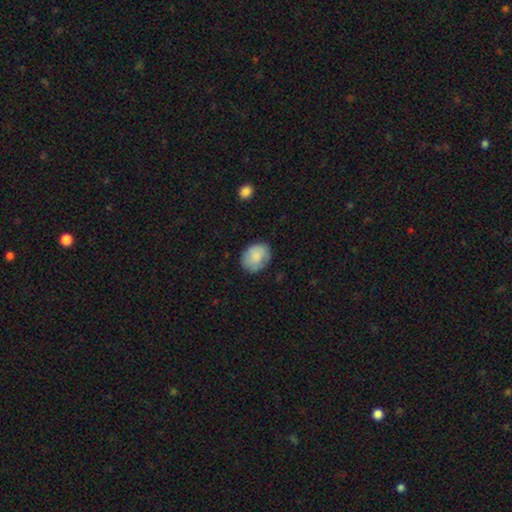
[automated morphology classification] This appears to be a smooth galaxy with no disk features (83%) that is in between round and cigar-shaped (56%). Merging: none (76%).